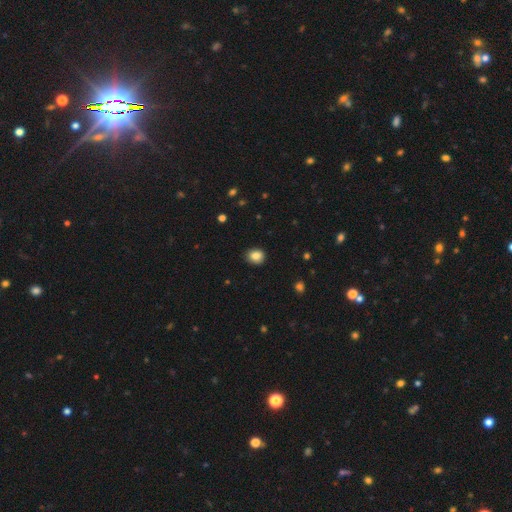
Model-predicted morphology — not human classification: smooth-or-featured: smooth: 84% | star or artifact: 9% | featured or disk: 6%
  how-rounded: round: 65% | in between: 34% | cigar-shaped: 1%
  merging: none: 87% | minor disturbance: 10% | major disturbance: 2% | merger: 1%